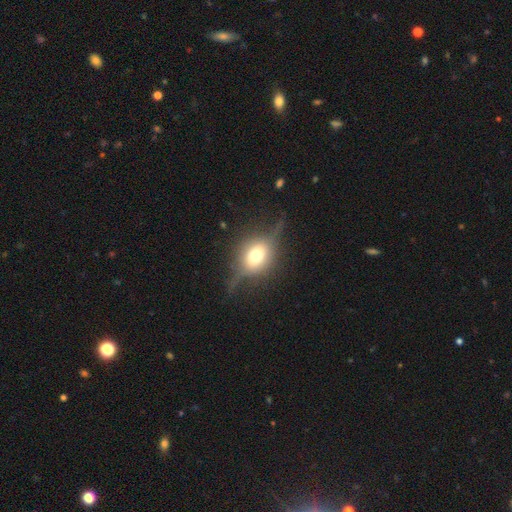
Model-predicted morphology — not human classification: This appears to be a featured or disk galaxy (59%) viewed edge-on (85%). Merging: none (67%).